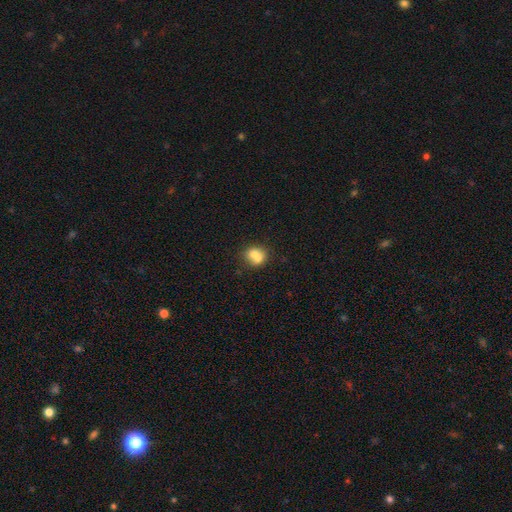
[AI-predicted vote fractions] A smooth galaxy with no disk features (71%) that is round (65%). Merging: merger (53%).